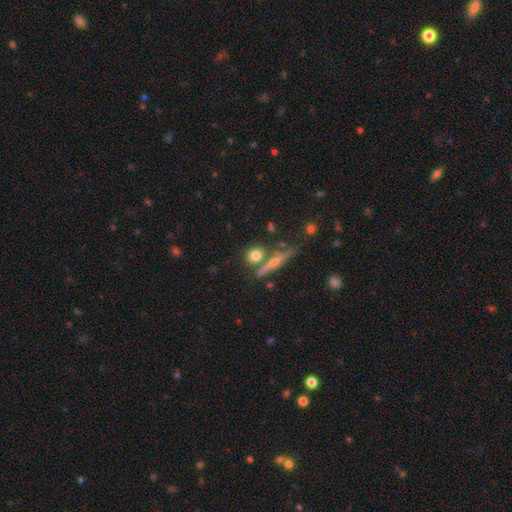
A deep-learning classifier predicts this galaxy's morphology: Q: Smooth or featured?
A: smooth (74%); runner-up: featured or disk (17%)
Q: How rounded?
A: round (69%); runner-up: in between (20%)
Q: Merging?
A: none (70%); runner-up: merger (17%)